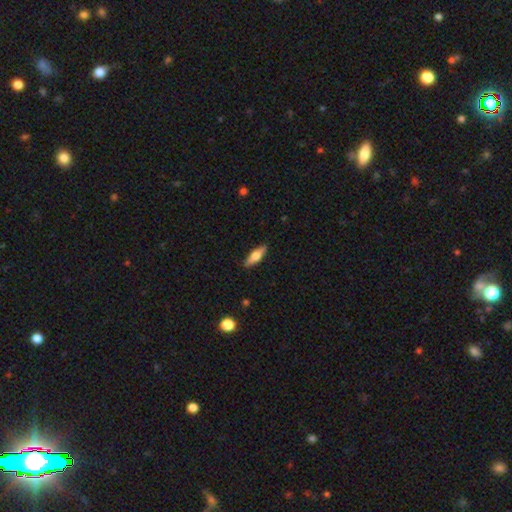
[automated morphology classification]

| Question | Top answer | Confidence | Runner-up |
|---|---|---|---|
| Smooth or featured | smooth | 52% | featured or disk (43%) |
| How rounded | cigar-shaped | 49% | in between (48%) |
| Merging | none | 89% | minor disturbance (9%) |